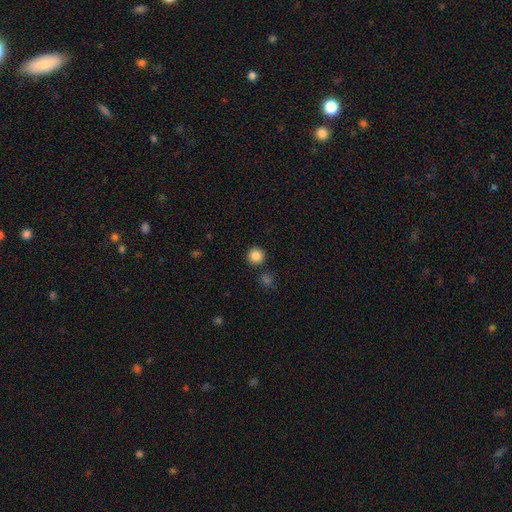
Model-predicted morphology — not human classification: A smooth galaxy with no disk features (86%) that is round (95%). Merging: none (88%).